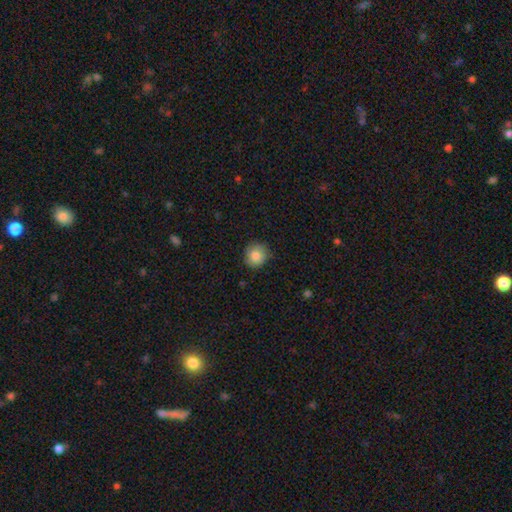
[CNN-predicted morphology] type=smooth (85%); roundness=round (91%); merging=none (84%).